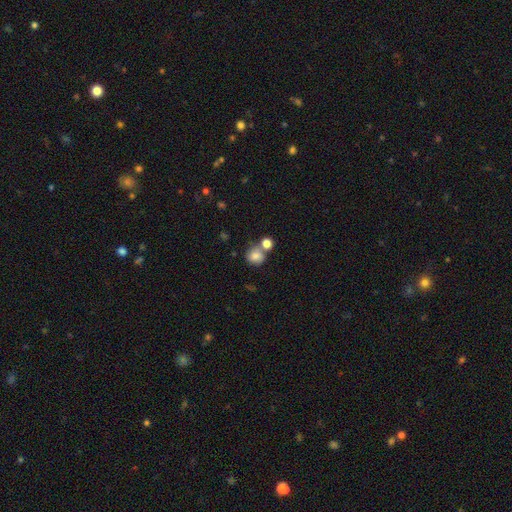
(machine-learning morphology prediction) A smooth galaxy with no disk features (79%) that is round (81%).

Vote fractions:
- Smooth or featured? smooth: 79% / featured or disk: 10% / star or artifact: 10%
- How rounded? round: 81% / in between: 18% / cigar-shaped: 1%
- Merging? none: 49% / merger: 36% / minor disturbance: 11% / major disturbance: 4%